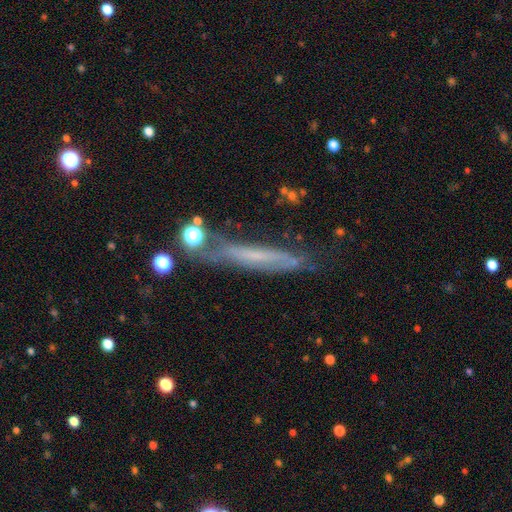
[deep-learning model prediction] A featured or disk galaxy (52%) viewed edge-on (74%). Merging: none (61%).